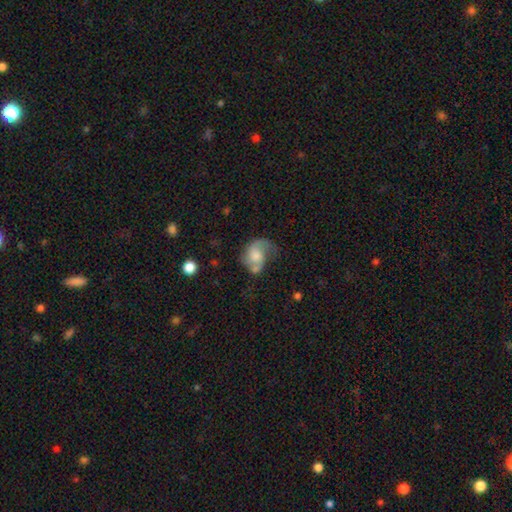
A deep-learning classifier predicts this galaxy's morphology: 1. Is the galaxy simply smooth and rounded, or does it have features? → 59% featured or disk, 33% smooth, 8% star or artifact.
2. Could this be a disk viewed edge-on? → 97% no, 3% yes.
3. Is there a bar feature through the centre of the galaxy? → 67% no, 28% weak, 5% strong.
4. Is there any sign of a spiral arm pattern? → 83% yes, 17% no.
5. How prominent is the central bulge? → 44% moderate, 23% small, 19% large, 12% none, 3% dominant.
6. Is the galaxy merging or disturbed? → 33% none, 25% major disturbance, 24% minor disturbance, 18% merger.